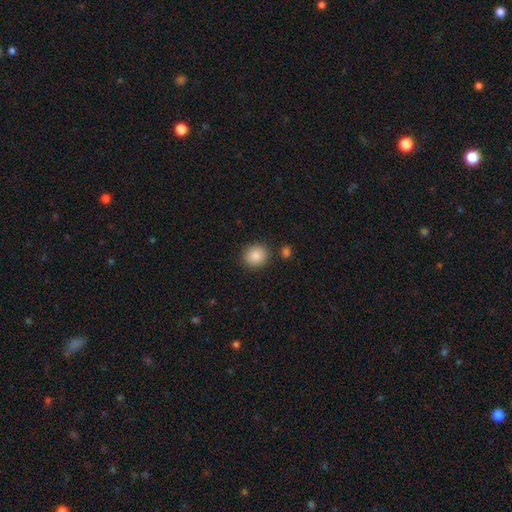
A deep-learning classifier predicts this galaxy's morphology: Smooth or featured?
  - smooth: 87% *
  - star or artifact: 8%
  - featured or disk: 5%
How rounded?
  - round: 83% *
  - in between: 16%
  - cigar-shaped: 1%
Merging?
  - none: 86% *
  - minor disturbance: 8%
  - merger: 4%
  - major disturbance: 2%